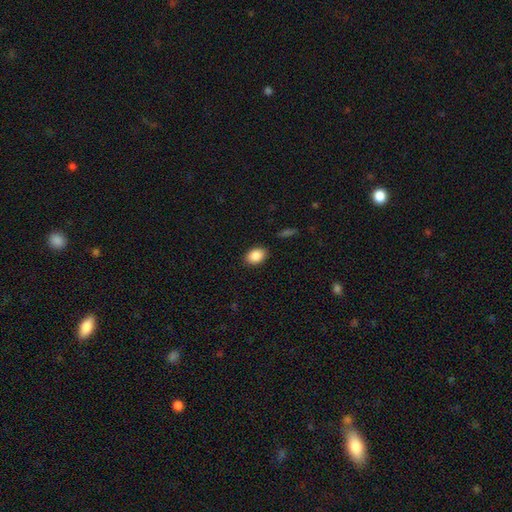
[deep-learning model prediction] smooth 88%, star or artifact 8%, featured or disk 4%. Down the decision tree: how rounded — in between (77%); merging — none (88%).